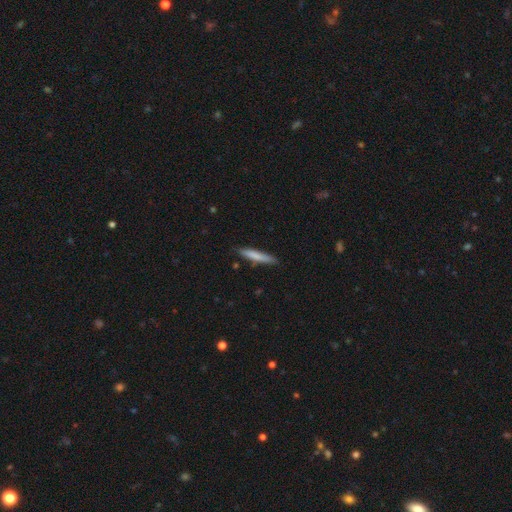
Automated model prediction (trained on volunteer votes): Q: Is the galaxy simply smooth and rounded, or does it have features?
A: smooth — 76%.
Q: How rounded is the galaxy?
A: cigar-shaped — 93%.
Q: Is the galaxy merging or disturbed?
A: none — 86%.